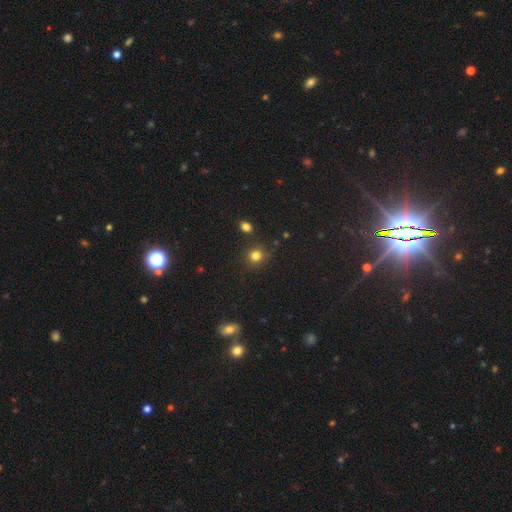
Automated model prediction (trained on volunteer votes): Smooth or featured?
  - smooth: 79% *
  - star or artifact: 15%
  - featured or disk: 5%
How rounded?
  - round: 86% *
  - in between: 13%
  - cigar-shaped: 1%
Merging?
  - none: 81% *
  - minor disturbance: 11%
  - merger: 5%
  - major disturbance: 4%